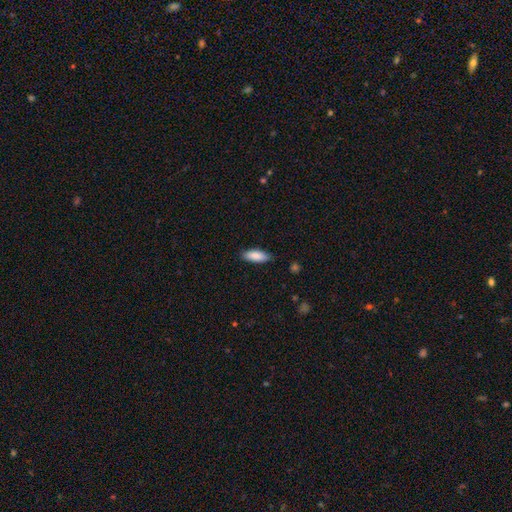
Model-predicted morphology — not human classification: A smooth galaxy with no disk features (87%) that is in between round and cigar-shaped (72%).

Vote fractions:
- Smooth or featured? smooth: 87% / featured or disk: 6% / star or artifact: 6%
- How rounded? in between: 72% / cigar-shaped: 26% / round: 2%
- Merging? none: 84% / minor disturbance: 12% / major disturbance: 2% / merger: 1%